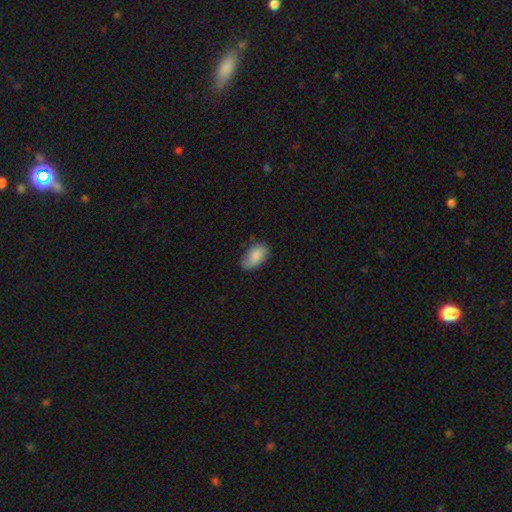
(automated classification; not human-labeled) smooth_or_featured: smooth (p=0.83) [alt: featured or disk p=0.10]
how_rounded: in between (p=0.93) [alt: round p=0.05]
merging: none (p=0.69) [alt: minor disturbance p=0.25]